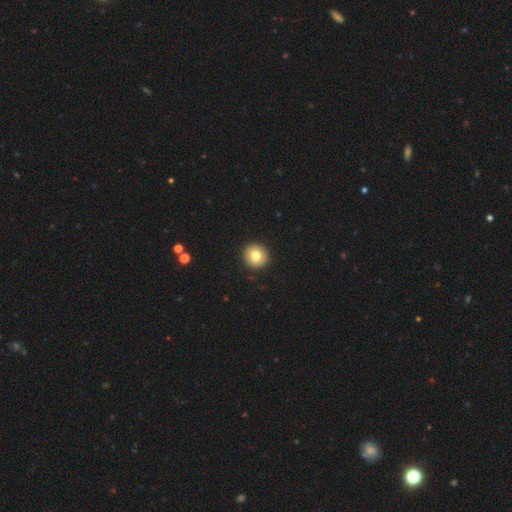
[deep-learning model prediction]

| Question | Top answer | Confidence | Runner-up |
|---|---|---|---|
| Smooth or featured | smooth | 79% | featured or disk (11%) |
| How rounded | round | 94% | in between (5%) |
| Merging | none | 93% | minor disturbance (4%) |